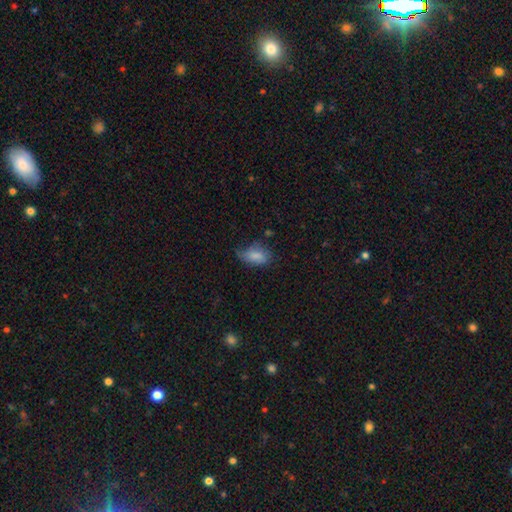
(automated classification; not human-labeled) This is likely a smooth galaxy (76%). How rounded: clearly in between (90%). Merging: marginally none (43%).